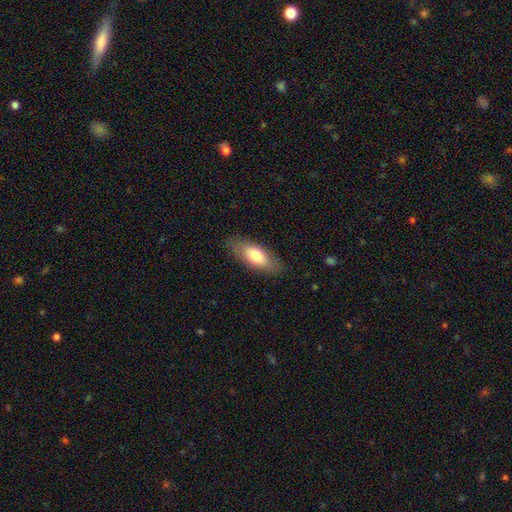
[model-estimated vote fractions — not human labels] This is likely a smooth galaxy (72%). How rounded: likely in between (78%). Merging: clearly none (84%).